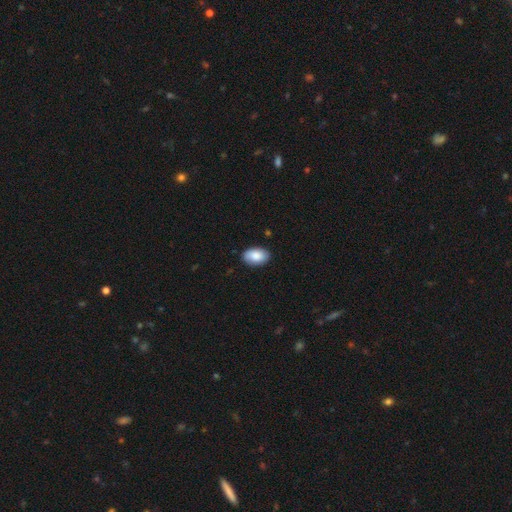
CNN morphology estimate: This is clearly a smooth galaxy (85%). How rounded: clearly in between (92%). Merging: clearly none (87%).